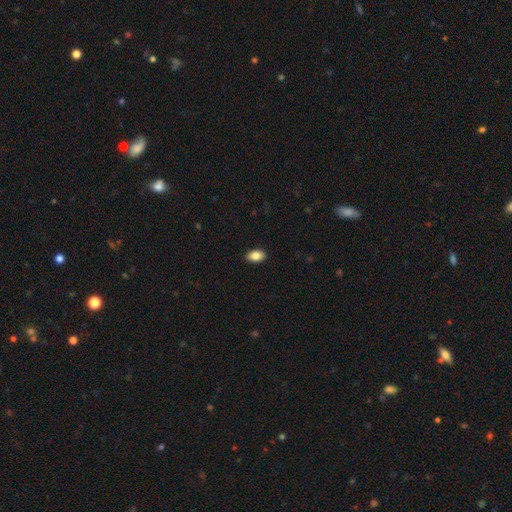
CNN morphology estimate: This is clearly a smooth galaxy (86%). How rounded: clearly in between (90%). Merging: clearly none (90%).